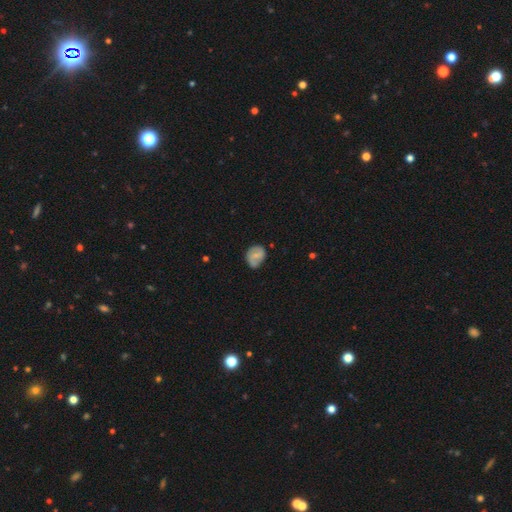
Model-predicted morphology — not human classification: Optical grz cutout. It shows a smooth galaxy with no disk features (53%) that is round (53%). Merging: none (63%).